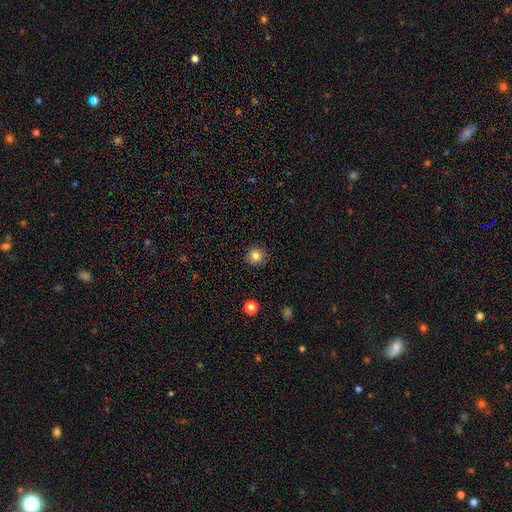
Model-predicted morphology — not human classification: smooth-or-featured: smooth: 83% | star or artifact: 12% | featured or disk: 5%
  how-rounded: round: 93% | in between: 6% | cigar-shaped: 1%
  merging: none: 91% | minor disturbance: 6% | major disturbance: 2% | merger: 1%